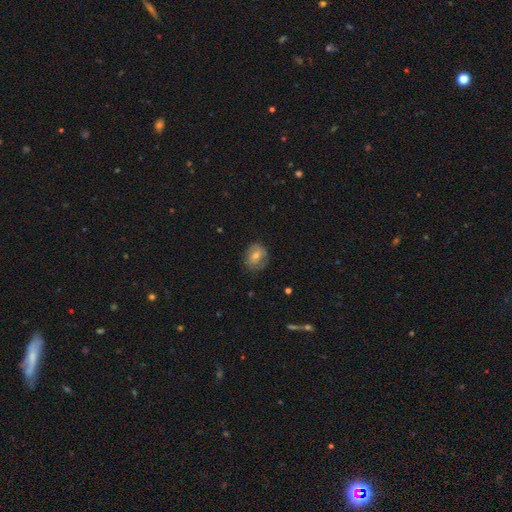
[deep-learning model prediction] Q: Smooth or featured?
A: smooth (48%); runner-up: featured or disk (39%)
Q: Merging?
A: none (79%); runner-up: minor disturbance (15%)